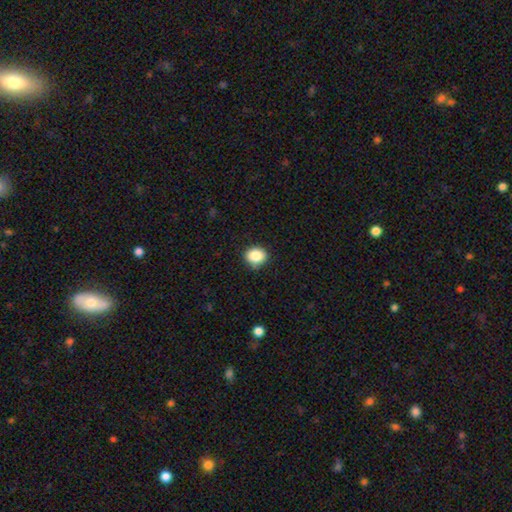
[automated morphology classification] This is clearly a smooth galaxy (86%). How rounded: likely round (62%). Merging: clearly none (85%).